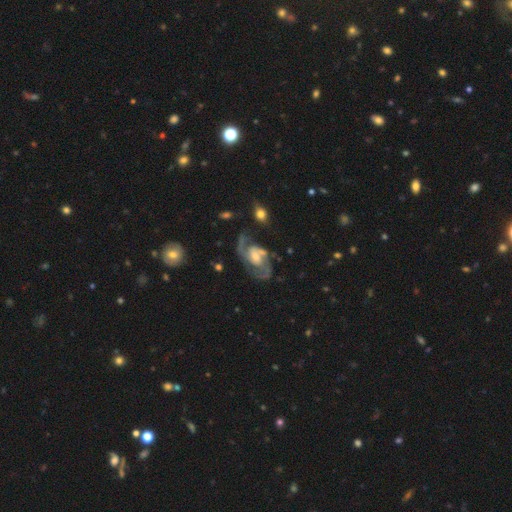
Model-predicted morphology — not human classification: Smooth or featured? featured or disk (87%)
Edge-on disk? no (97%)
Bar? weak (45%)
Spiral arms? yes (96%)
Spiral winding? medium (54%)
Spiral arm count? 2 (77%)
Bulge size? moderate (44%)
Merging? none (56%)